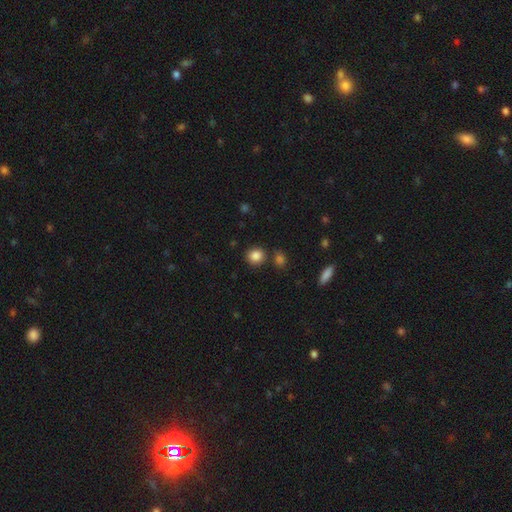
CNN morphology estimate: type=smooth (86%); roundness=round (84%); merging=none (80%).